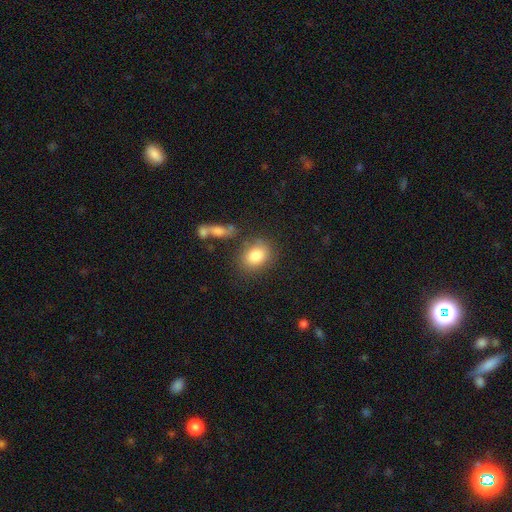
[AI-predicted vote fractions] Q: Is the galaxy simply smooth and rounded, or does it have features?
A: smooth — 83%.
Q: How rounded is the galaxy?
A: in between — 58%.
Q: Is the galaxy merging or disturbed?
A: none — 76%.